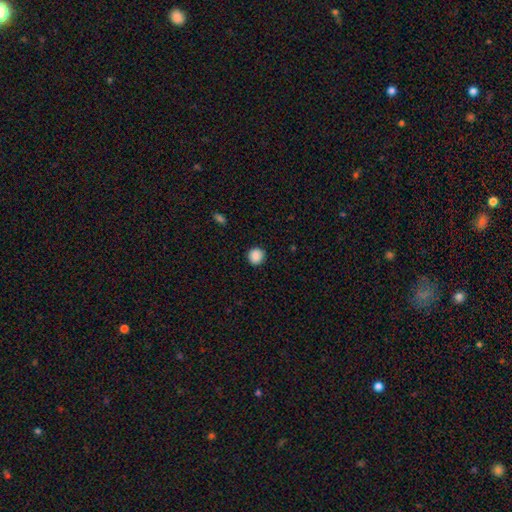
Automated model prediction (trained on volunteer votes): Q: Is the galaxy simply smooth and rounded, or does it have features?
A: smooth — 88%.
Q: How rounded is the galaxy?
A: round — 91%.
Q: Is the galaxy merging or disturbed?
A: none — 90%.